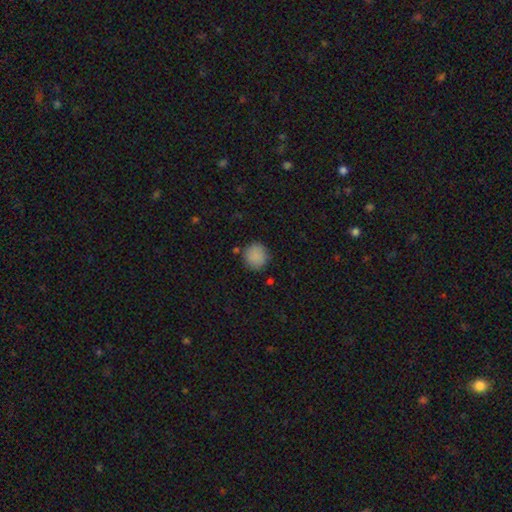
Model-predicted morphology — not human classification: smooth_or_featured: smooth (p=0.87) [alt: star or artifact p=0.09]
how_rounded: round (p=0.90) [alt: in between p=0.09]
merging: none (p=0.83) [alt: minor disturbance p=0.11]